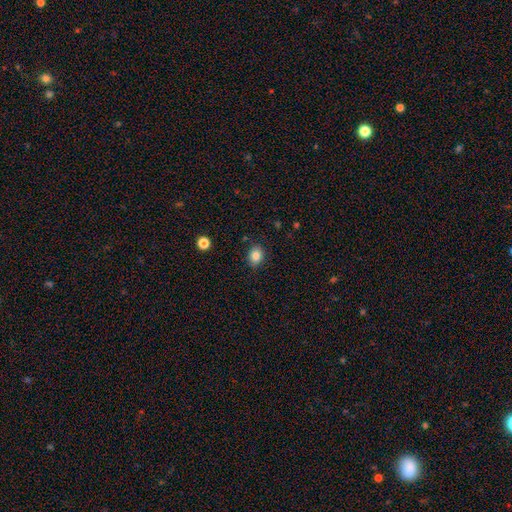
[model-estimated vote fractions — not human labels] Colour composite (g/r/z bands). It shows a smooth galaxy with no disk features (84%) that is in between round and cigar-shaped (53%). Merging: none (85%).